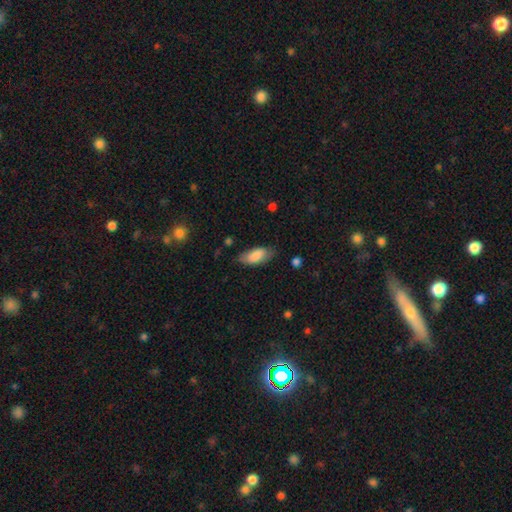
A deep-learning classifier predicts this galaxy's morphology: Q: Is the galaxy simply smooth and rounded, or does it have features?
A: smooth — 82%.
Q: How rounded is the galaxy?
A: in between — 88%.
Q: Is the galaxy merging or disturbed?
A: none — 73%.